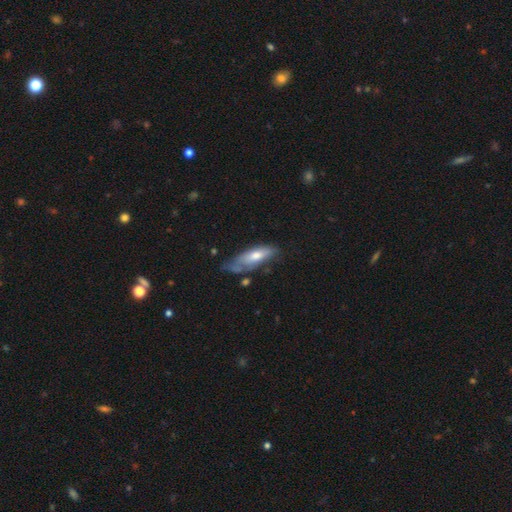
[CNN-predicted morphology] A smooth galaxy with no disk features (58%) that is in between round and cigar-shaped (54%). Merging: none (41%).